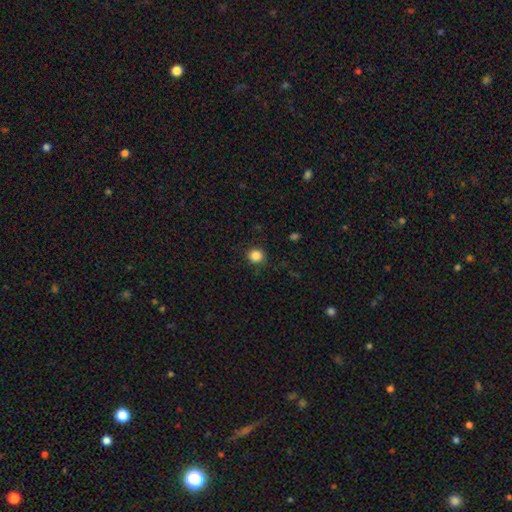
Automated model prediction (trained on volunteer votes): Smooth or featured: smooth — 85% (star or artifact — 11%)
How rounded: round — 92% (in between — 7%)
Merging: none — 89% (minor disturbance — 7%)